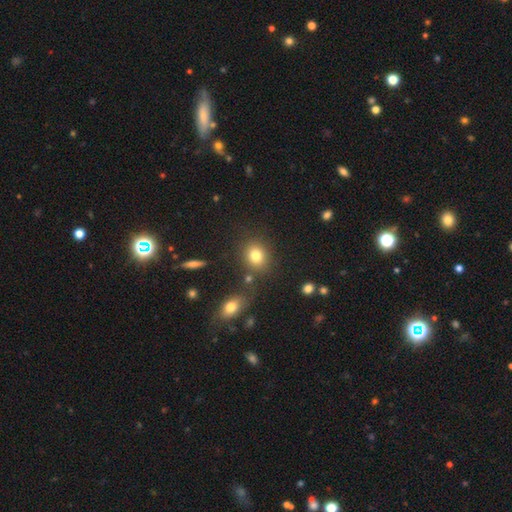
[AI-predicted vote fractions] Smooth or featured? Predicted: smooth (p=0.80). How rounded? Predicted: round (p=0.67). Merging? Predicted: none (p=0.77).